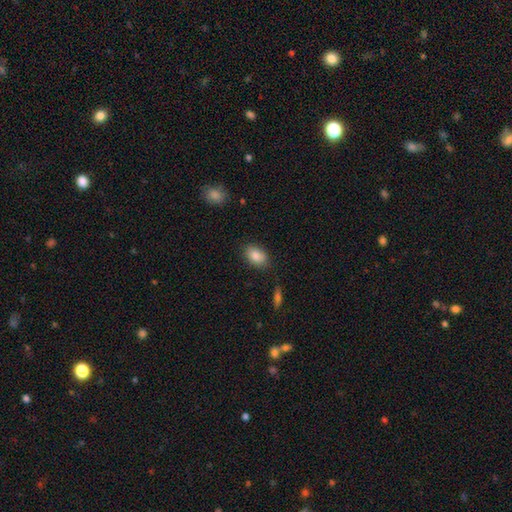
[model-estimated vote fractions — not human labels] Smooth or featured?
  - smooth: 85% *
  - star or artifact: 8%
  - featured or disk: 7%
How rounded?
  - in between: 86% *
  - round: 13%
  - cigar-shaped: 2%
Merging?
  - none: 79% *
  - minor disturbance: 15%
  - major disturbance: 3%
  - merger: 3%